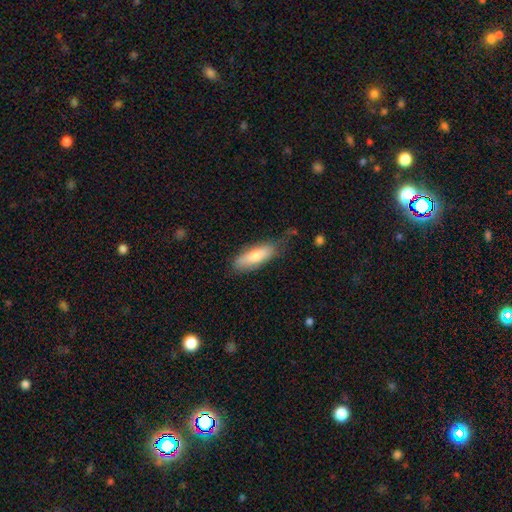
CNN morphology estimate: Q: Smooth or featured?
A: smooth (76%); runner-up: featured or disk (18%)
Q: How rounded?
A: cigar-shaped (49%); tied with: in between (49%)
Q: Merging?
A: none (71%); runner-up: minor disturbance (23%)